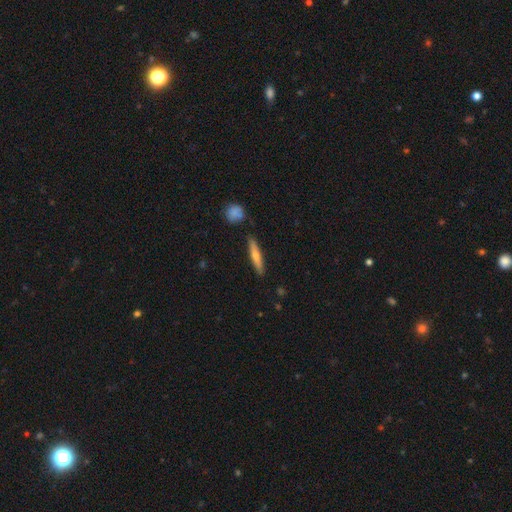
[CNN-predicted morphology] type=smooth (62%); roundness=cigar-shaped (89%); merging=none (87%).